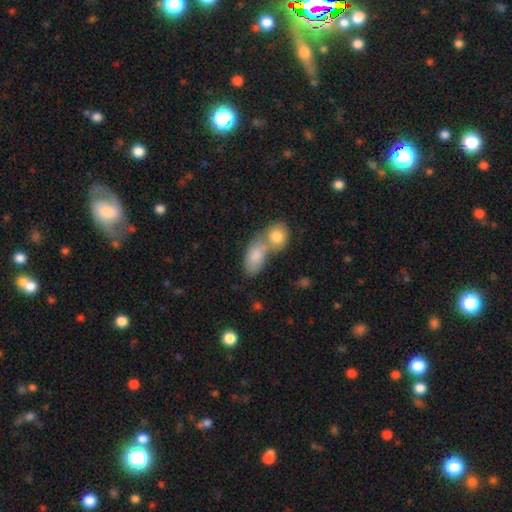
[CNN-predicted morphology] This appears to be a smooth galaxy with no disk features (81%) that is in between round and cigar-shaped (88%). Merging: merger (62%).